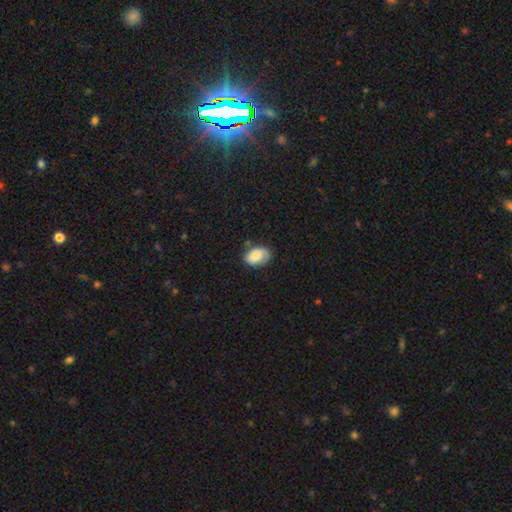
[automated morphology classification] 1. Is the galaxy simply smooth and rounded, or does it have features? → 79% smooth, 13% featured or disk, 7% star or artifact.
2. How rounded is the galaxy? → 83% in between, 16% round, 1% cigar-shaped.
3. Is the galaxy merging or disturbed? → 64% none, 27% minor disturbance, 6% major disturbance, 3% merger.